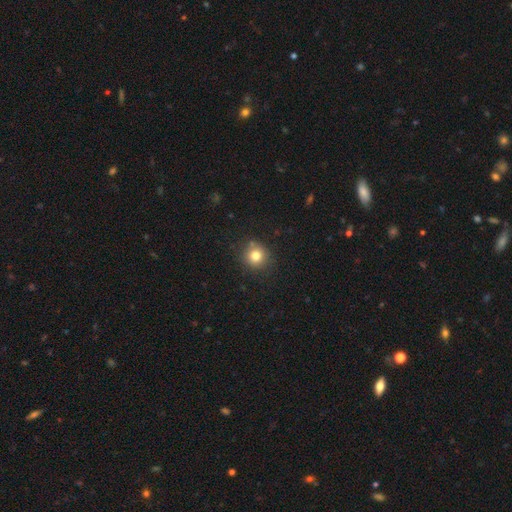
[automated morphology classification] type=smooth (79%); roundness=round (92%); merging=none (84%).